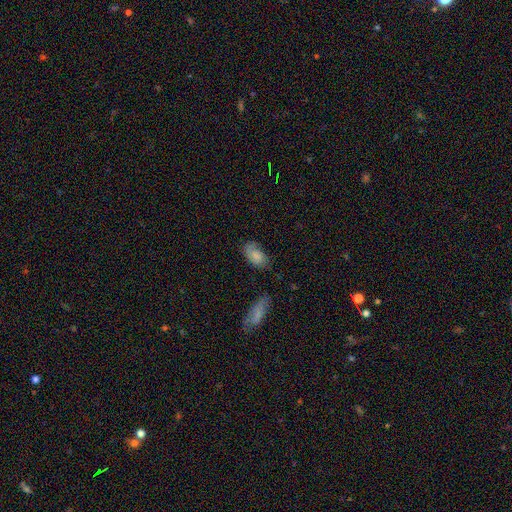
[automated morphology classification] This is likely a smooth galaxy (74%). How rounded: clearly in between (92%). Merging: likely none (60%).